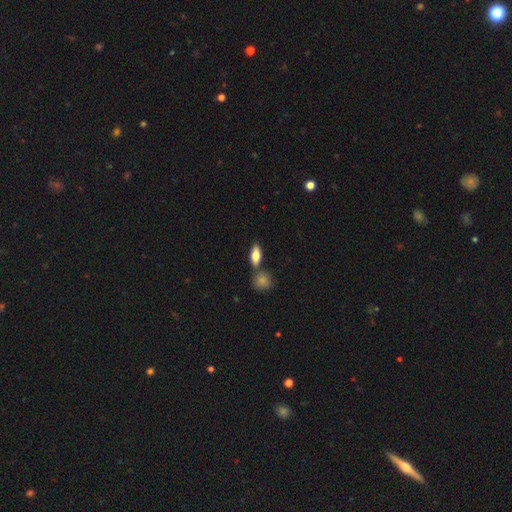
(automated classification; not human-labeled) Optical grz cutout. It shows a smooth galaxy with no disk features (68%) that is in between round and cigar-shaped (70%). Merging: none (69%).